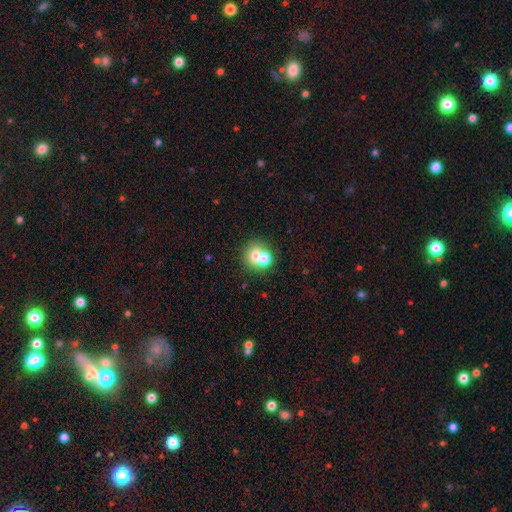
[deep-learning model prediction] Smooth or featured? smooth (67%)
How rounded? round (74%)
Merging? merger (51%)